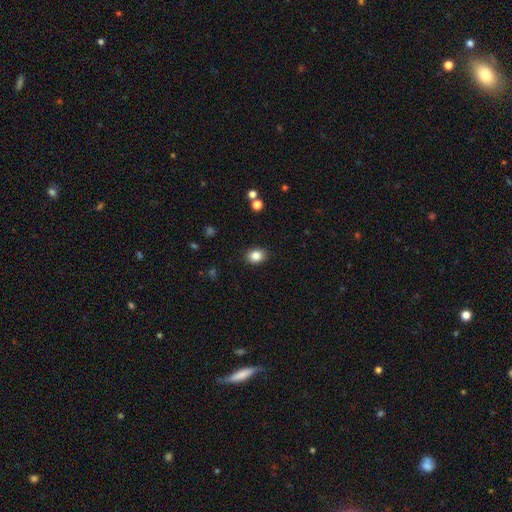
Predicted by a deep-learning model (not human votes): This appears to be a smooth galaxy with no disk features (85%) that is in between round and cigar-shaped (54%). Merging: none (89%).